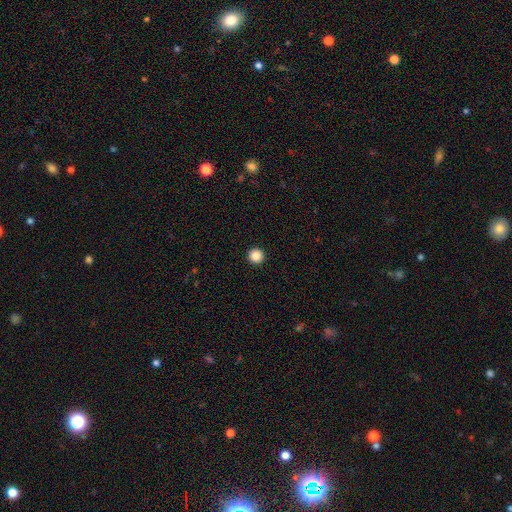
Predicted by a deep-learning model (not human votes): Smooth or featured? Predicted: smooth (p=0.86). How rounded? Predicted: round (p=0.97). Merging? Predicted: none (p=0.95).